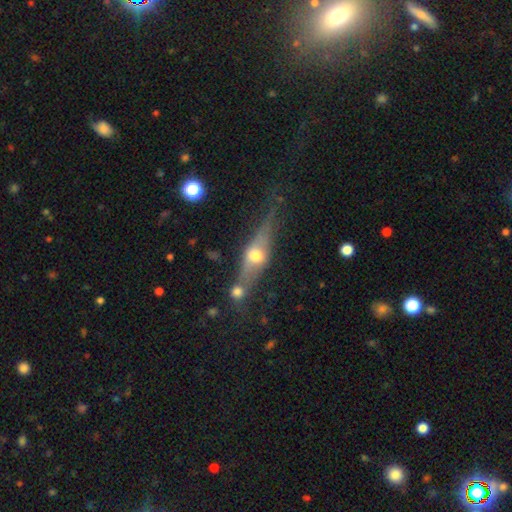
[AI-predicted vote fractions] smooth_or_featured: featured or disk (p=0.62) [alt: smooth p=0.29]
disk_edge_on: yes (p=0.82) [alt: no p=0.18]
edge_on_bulge: rounded (p=0.93) [alt: boxy p=0.04]
merging: none (p=0.54) [alt: merger p=0.21]